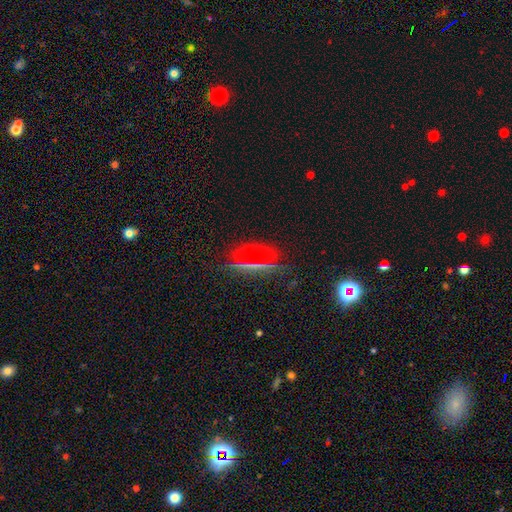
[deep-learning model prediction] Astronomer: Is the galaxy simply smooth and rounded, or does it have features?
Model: star or artifact — 46% (runner-up: smooth, 31%).